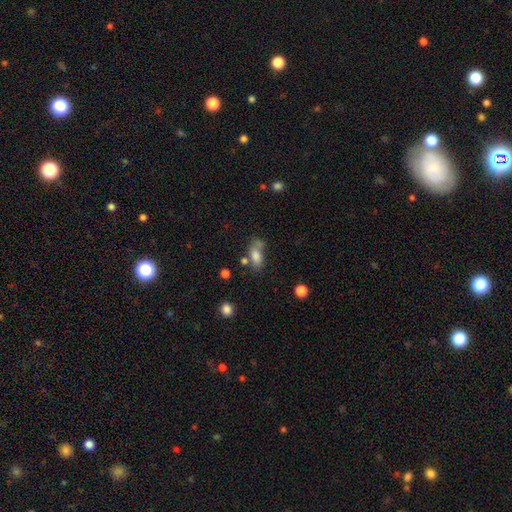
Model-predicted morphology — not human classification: A smooth galaxy with no disk features (77%) that is in between round and cigar-shaped (84%).

Vote fractions:
- Smooth or featured? smooth: 77% / featured or disk: 13% / star or artifact: 10%
- How rounded? in between: 84% / cigar-shaped: 9% / round: 7%
- Merging? none: 47% / minor disturbance: 21% / merger: 21% / major disturbance: 10%